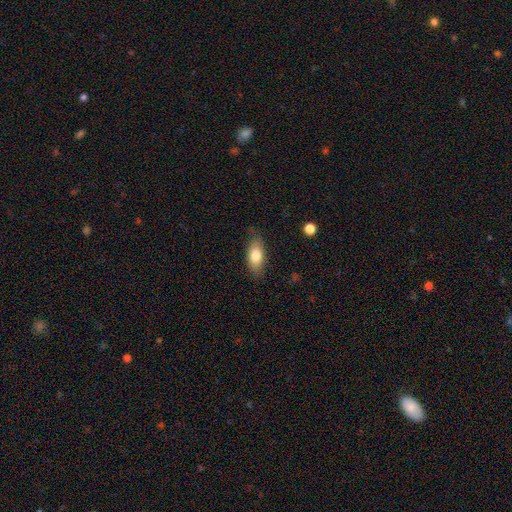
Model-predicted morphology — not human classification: The model was most divided on "merging": none: 79%, minor disturbance: 16%, major disturbance: 3%, merger: 1%. More confident: how rounded — in between (86%); smooth or featured — smooth (80%).